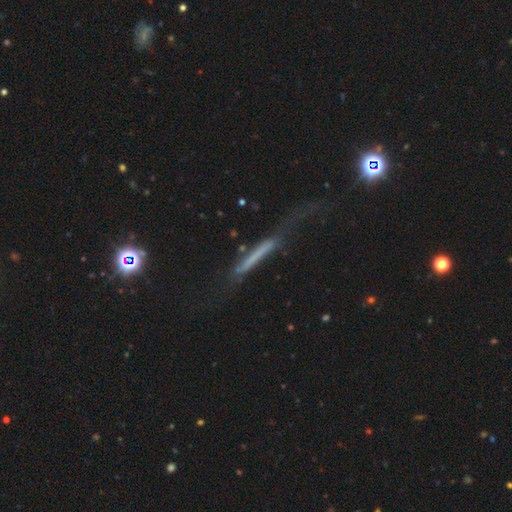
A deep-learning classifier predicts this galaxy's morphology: The model was most divided on "smooth or featured": smooth: 44%, featured or disk: 42%, star or artifact: 14%. Remaining: merging — none (39%).